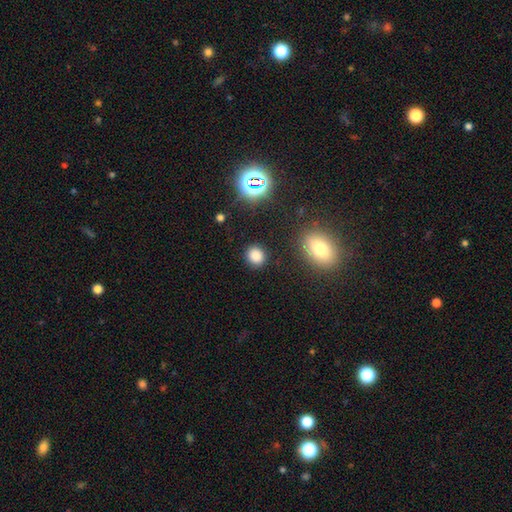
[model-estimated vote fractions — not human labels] Overall: smooth (81%). How rounded: round (80%). Merging: none (87%).